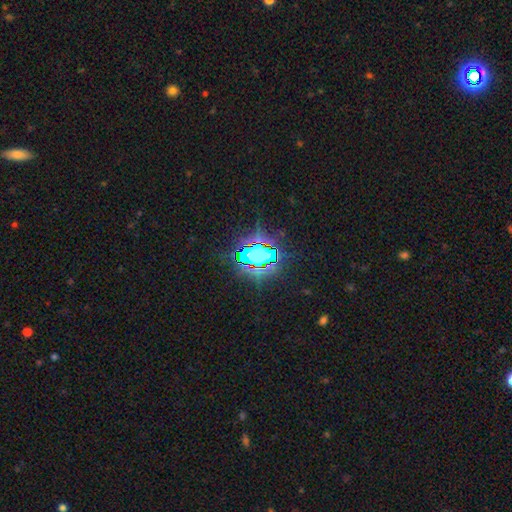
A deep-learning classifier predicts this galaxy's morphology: The model was most divided on "smooth or featured": star or artifact: 76%, smooth: 14%, featured or disk: 9%.